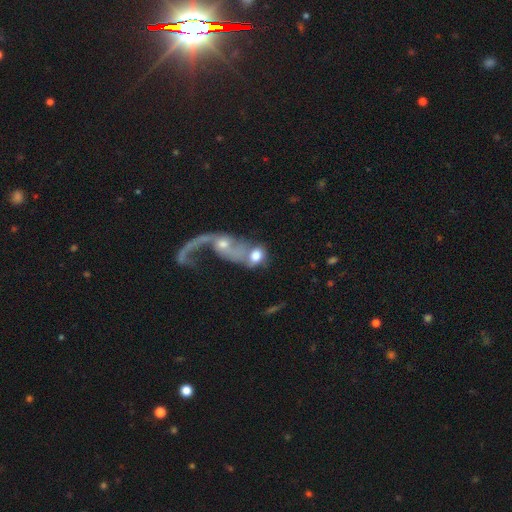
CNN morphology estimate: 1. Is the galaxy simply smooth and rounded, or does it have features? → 55% smooth, 36% featured or disk, 10% star or artifact.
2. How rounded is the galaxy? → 64% in between, 33% round, 4% cigar-shaped.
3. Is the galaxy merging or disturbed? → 66% merger, 15% major disturbance, 13% none, 6% minor disturbance.